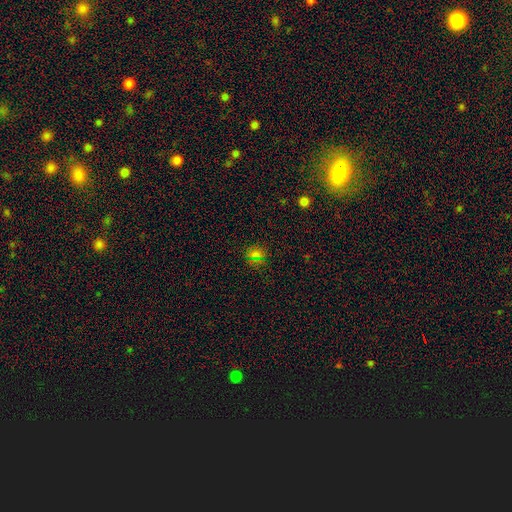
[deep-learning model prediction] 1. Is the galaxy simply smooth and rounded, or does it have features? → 62% smooth, 30% star or artifact, 7% featured or disk.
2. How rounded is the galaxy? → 81% round, 17% in between, 2% cigar-shaped.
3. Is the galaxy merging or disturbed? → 86% none, 9% minor disturbance, 3% major disturbance, 2% merger.